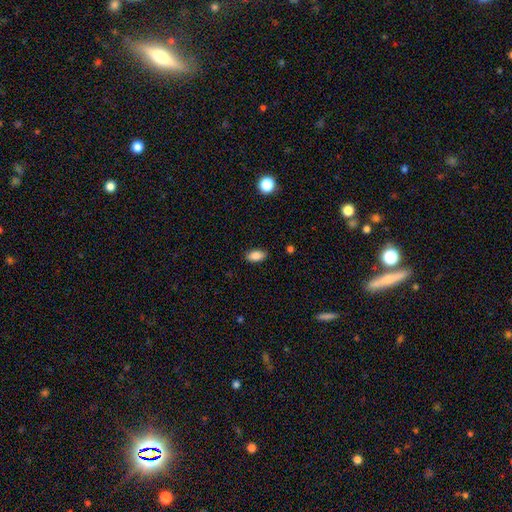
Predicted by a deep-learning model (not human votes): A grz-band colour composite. It shows a smooth galaxy with no disk features (86%) that is in between round and cigar-shaped (91%). Merging: none (87%).